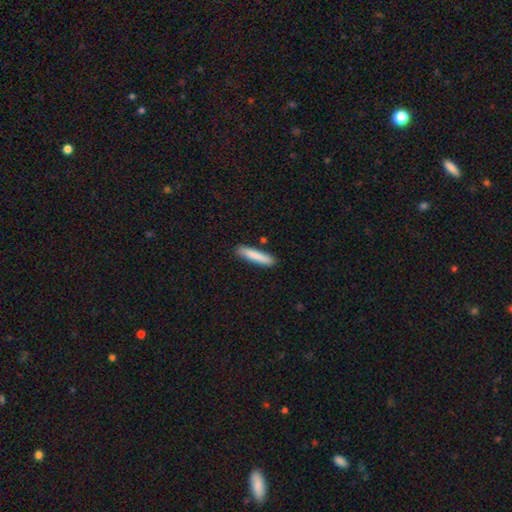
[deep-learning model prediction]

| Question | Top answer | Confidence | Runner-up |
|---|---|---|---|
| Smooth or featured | smooth | 84% | featured or disk (10%) |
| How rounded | cigar-shaped | 89% | in between (10%) |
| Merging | none | 86% | minor disturbance (10%) |